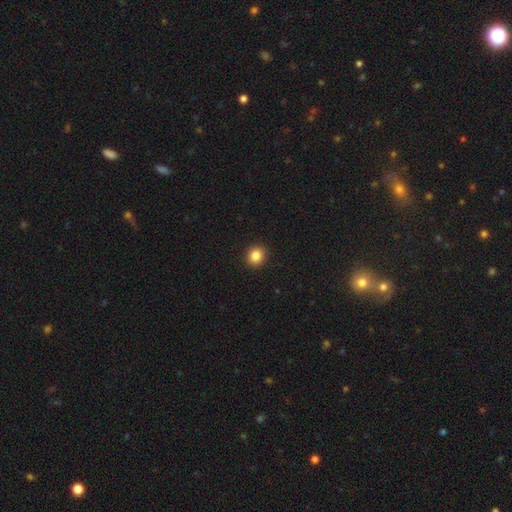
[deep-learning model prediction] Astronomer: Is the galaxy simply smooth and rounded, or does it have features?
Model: smooth — 86%.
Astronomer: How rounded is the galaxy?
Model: round — 82%.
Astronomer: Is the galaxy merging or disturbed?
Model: none — 93%.